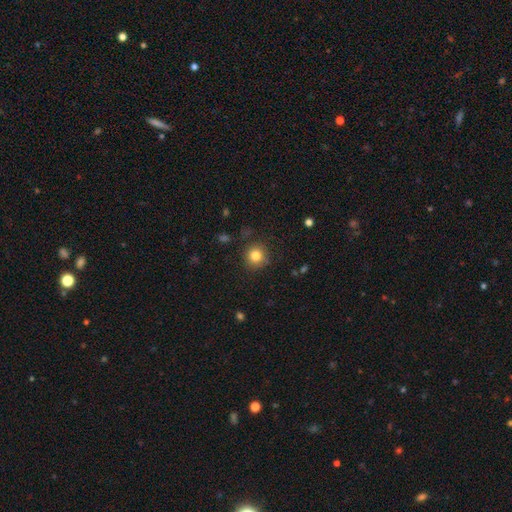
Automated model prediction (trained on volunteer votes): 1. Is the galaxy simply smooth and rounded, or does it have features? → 82% smooth, 12% star or artifact, 7% featured or disk.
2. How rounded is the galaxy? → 93% round, 6% in between, 1% cigar-shaped.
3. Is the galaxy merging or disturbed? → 88% none, 8% minor disturbance, 3% major disturbance, 2% merger.